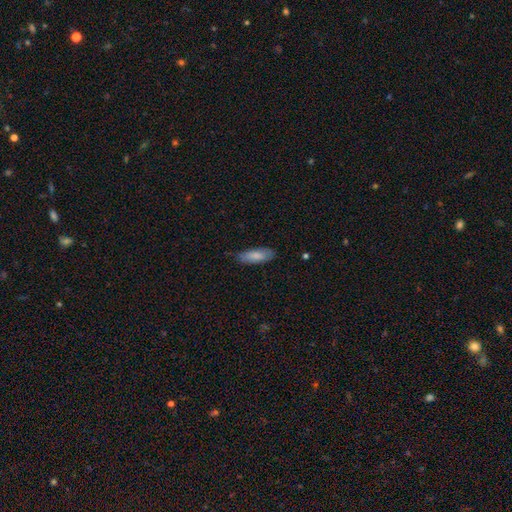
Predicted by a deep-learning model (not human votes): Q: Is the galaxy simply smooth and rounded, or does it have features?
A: smooth — 82%.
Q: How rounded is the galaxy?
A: in between — 68%.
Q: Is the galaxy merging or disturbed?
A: none — 76%.